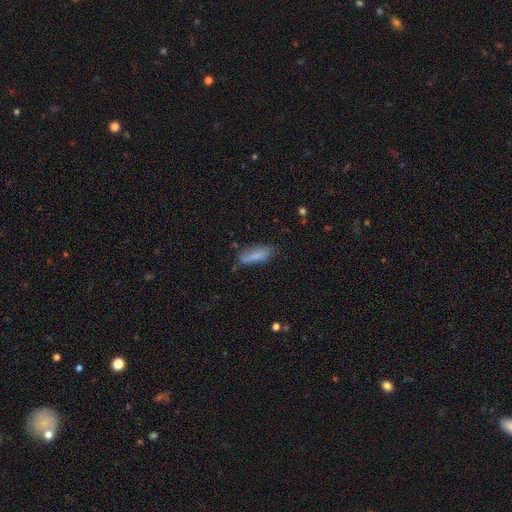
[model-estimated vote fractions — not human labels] Q: Smooth or featured?
A: smooth (80%); runner-up: featured or disk (13%)
Q: How rounded?
A: cigar-shaped (53%); runner-up: in between (45%)
Q: Merging?
A: none (67%); runner-up: minor disturbance (23%)